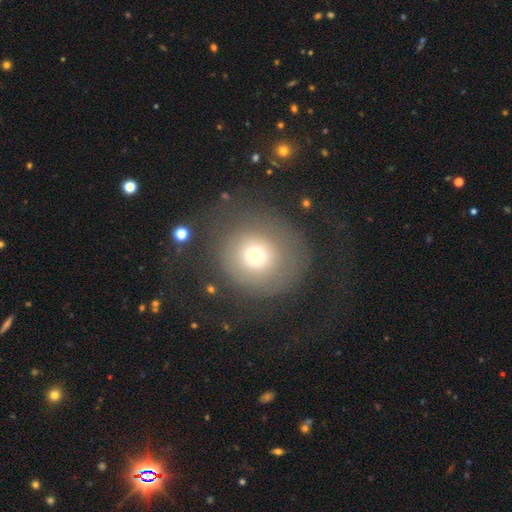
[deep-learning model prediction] Smooth or featured? Predicted: smooth (p=0.64). How rounded? Predicted: round (p=0.89). Merging? Predicted: none (p=0.59).